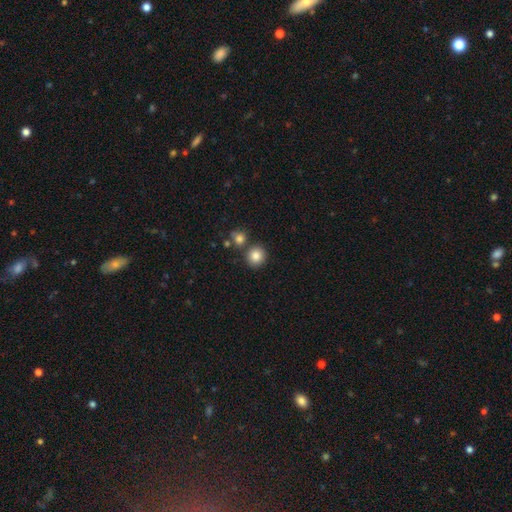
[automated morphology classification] The model was most divided on "merging": none: 77%, merger: 13%, minor disturbance: 8%, major disturbance: 2%. More confident: how rounded — round (89%); smooth or featured — smooth (84%).